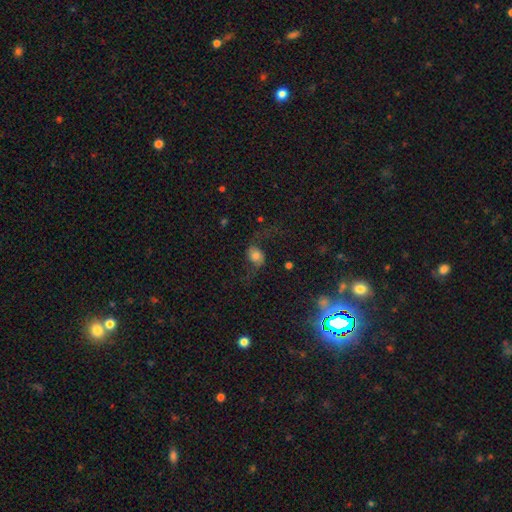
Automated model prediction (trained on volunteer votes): Q: Smooth or featured?
A: featured or disk (53%); runner-up: smooth (36%)
Q: Edge-on disk?
A: no (95%); runner-up: yes (5%)
Q: Merging?
A: none (58%); runner-up: major disturbance (22%)